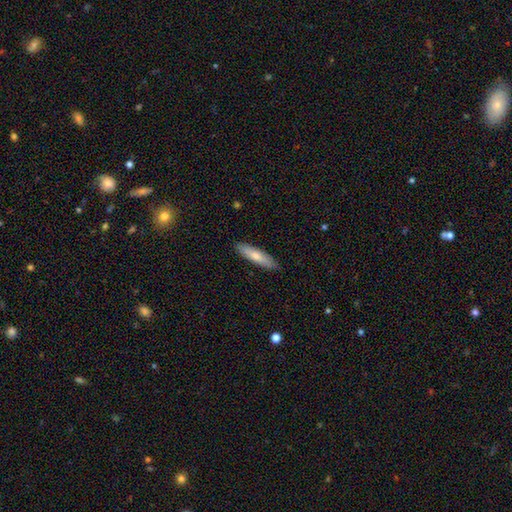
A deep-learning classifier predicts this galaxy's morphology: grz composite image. It shows a smooth galaxy with no disk features (74%) that is cigar-shaped (72%). Merging: none (88%).